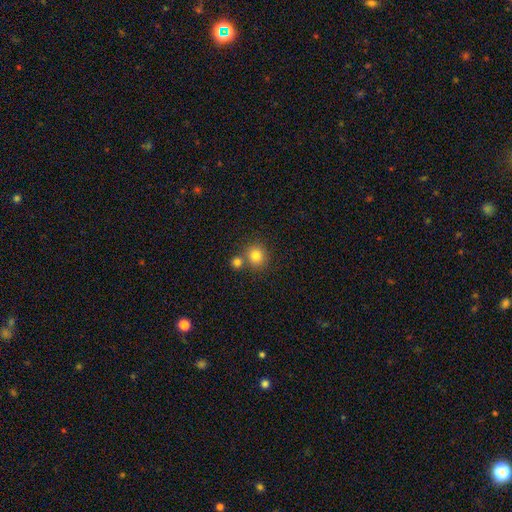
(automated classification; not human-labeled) This appears to be a smooth galaxy with no disk features (82%) that is round (89%). Merging: none (66%).